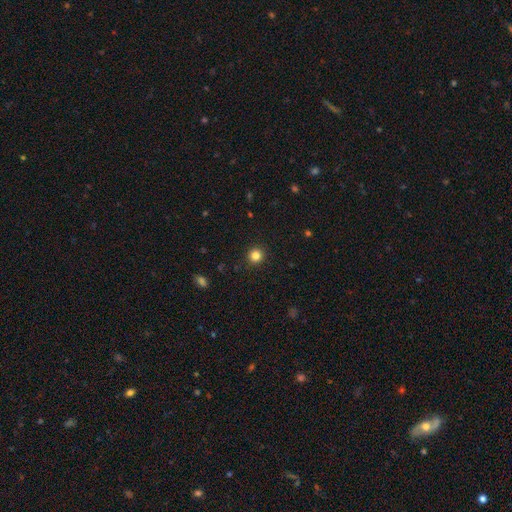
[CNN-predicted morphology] A smooth galaxy with no disk features (83%) that is round (94%).

Vote fractions:
- Smooth or featured? smooth: 83% / star or artifact: 12% / featured or disk: 5%
- How rounded? round: 94% / in between: 5% / cigar-shaped: 1%
- Merging? none: 92% / minor disturbance: 5% / major disturbance: 2% / merger: 1%